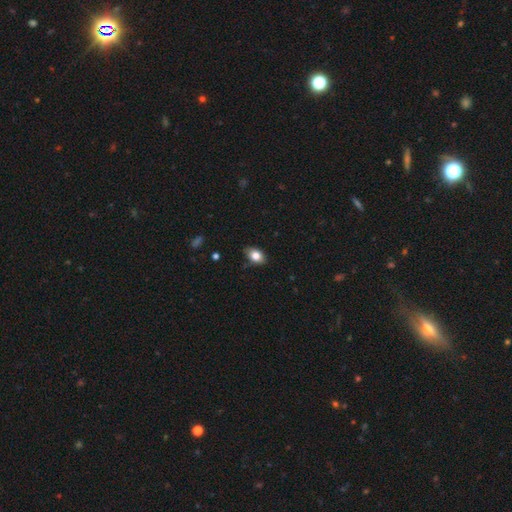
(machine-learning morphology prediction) smooth_or_featured: smooth (p=0.80) [alt: featured or disk p=0.11]
how_rounded: in between (p=0.83) [alt: round p=0.15]
merging: none (p=0.82) [alt: minor disturbance p=0.15]